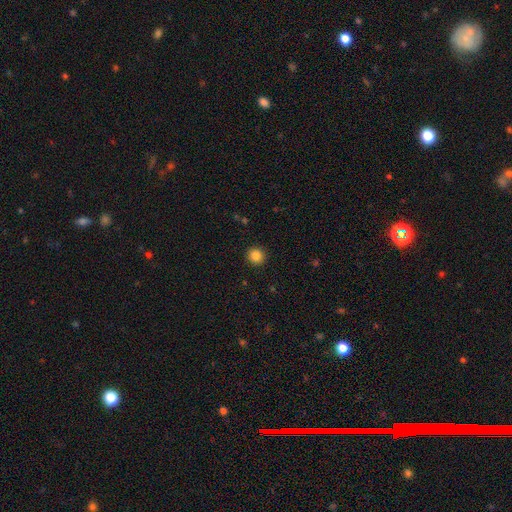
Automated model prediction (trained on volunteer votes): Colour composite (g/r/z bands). It shows a smooth galaxy with no disk features (85%) that is round (94%). Merging: none (92%).